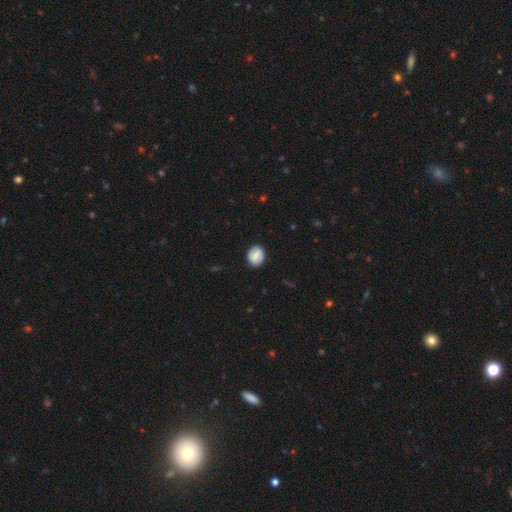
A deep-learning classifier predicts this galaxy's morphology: The model was most divided on "how rounded": round: 54%, in between: 45%, cigar-shaped: 1%. More confident: merging — none (84%); smooth or featured — smooth (64%).